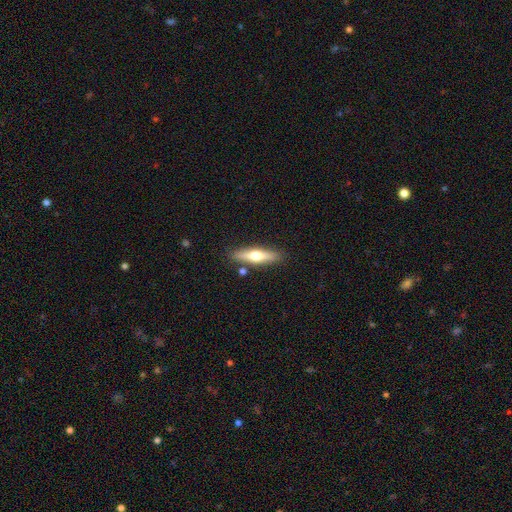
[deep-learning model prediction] Smooth or featured? featured or disk (47%, tied with smooth)
Merging? none (84%)